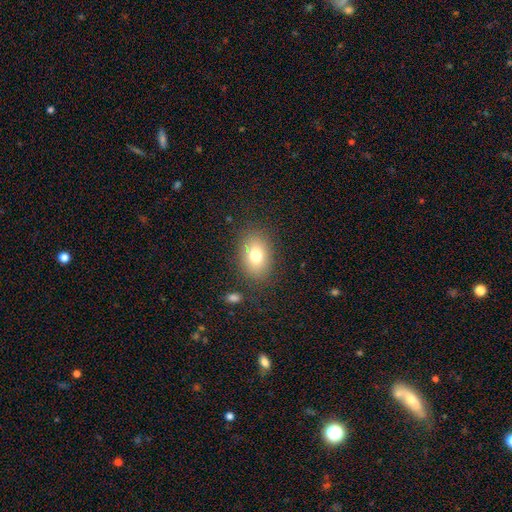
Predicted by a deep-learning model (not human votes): Smooth or featured? smooth (76%)
How rounded? in between (76%)
Merging? none (81%)